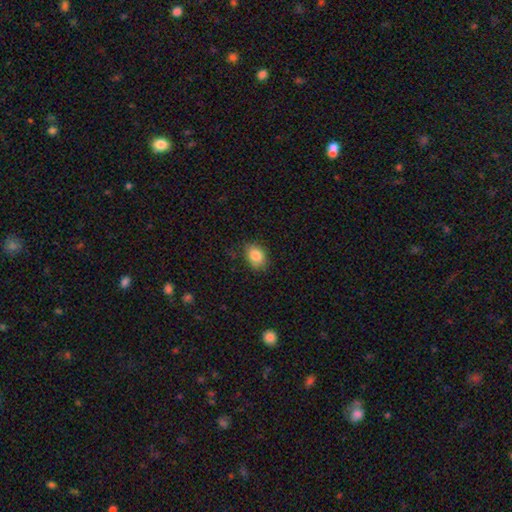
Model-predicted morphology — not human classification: smooth-or-featured: smooth: 85% | star or artifact: 8% | featured or disk: 7%
  how-rounded: in between: 71% | round: 28% | cigar-shaped: 1%
  merging: none: 80% | minor disturbance: 16% | major disturbance: 3% | merger: 1%